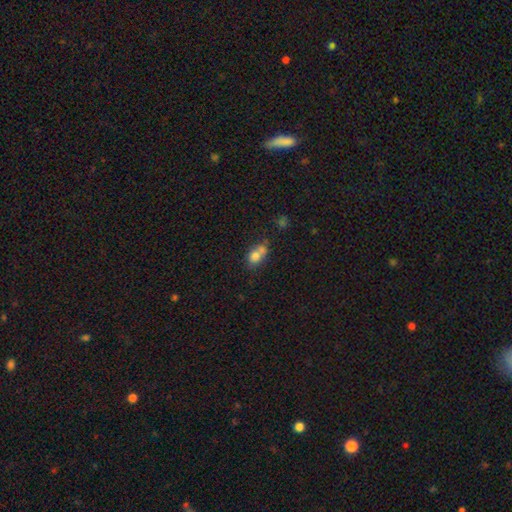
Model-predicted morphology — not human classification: Overall: smooth (74%). How rounded: in between (58%; round 40%). Merging: merger (45%; none 35%).